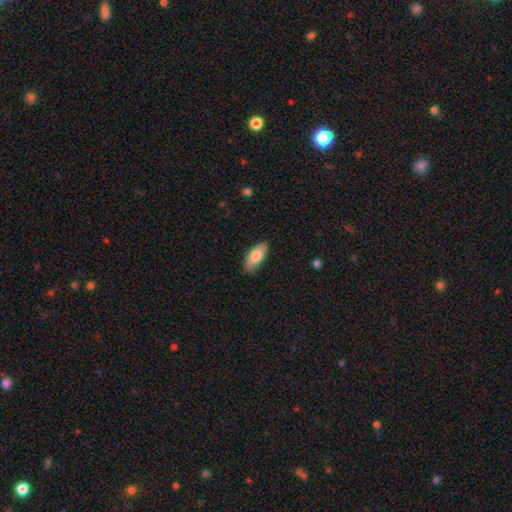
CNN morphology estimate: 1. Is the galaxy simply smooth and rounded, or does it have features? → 80% smooth, 15% featured or disk, 6% star or artifact.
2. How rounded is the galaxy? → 85% in between, 13% cigar-shaped, 2% round.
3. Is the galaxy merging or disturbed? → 77% none, 19% minor disturbance, 3% major disturbance, 1% merger.